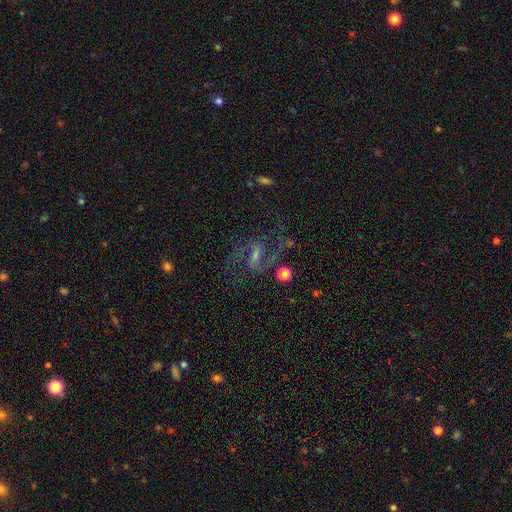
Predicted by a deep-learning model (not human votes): This appears to be a featured or disk galaxy (83%) with a weak bar (44%), 2 (92%) medium (47%) spiral arms (95%) and a small central bulge (47%). Merging: none (69%).